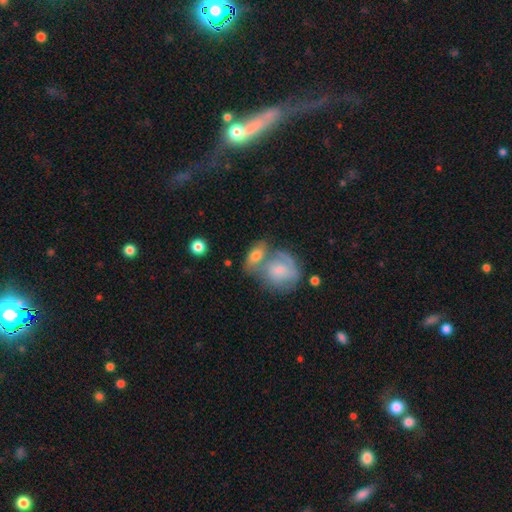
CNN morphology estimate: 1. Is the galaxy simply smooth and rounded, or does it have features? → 62% smooth, 31% featured or disk, 7% star or artifact.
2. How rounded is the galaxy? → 72% in between, 24% round, 4% cigar-shaped.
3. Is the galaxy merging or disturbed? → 50% merger, 31% none, 12% minor disturbance, 7% major disturbance.